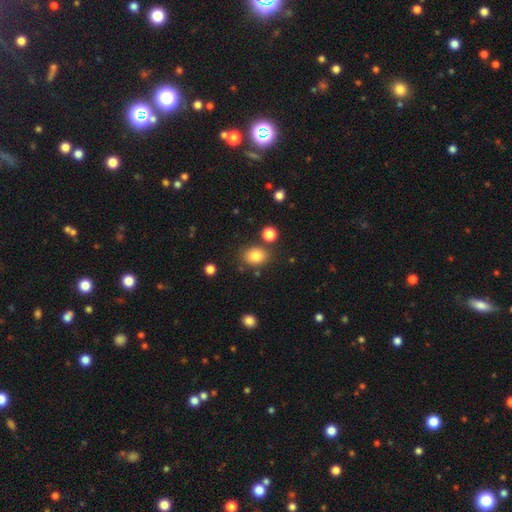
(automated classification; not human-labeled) This appears to be a smooth galaxy with no disk features (82%) that is in between round and cigar-shaped (53%). Merging: none (77%).